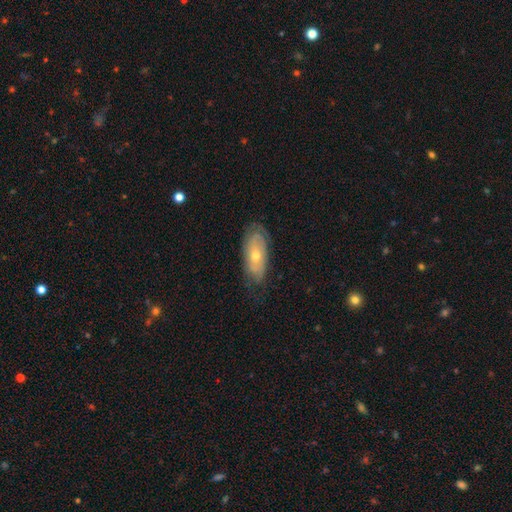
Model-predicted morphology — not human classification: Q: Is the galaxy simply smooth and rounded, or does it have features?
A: featured or disk — 54%.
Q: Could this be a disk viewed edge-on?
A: no — 83%.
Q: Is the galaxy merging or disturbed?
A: none — 68%.